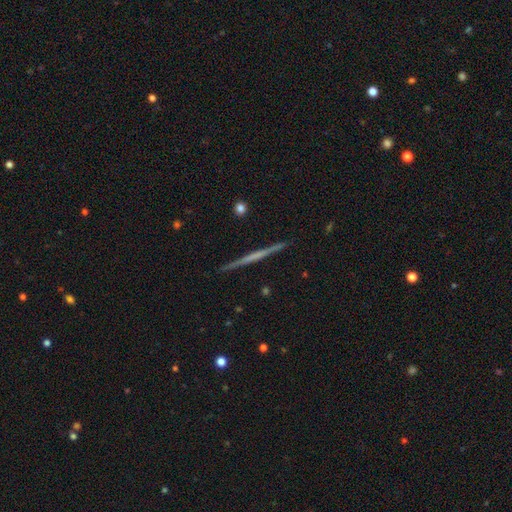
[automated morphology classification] Smooth or featured? featured or disk (66%)
Edge-on disk? yes (98%)
Edge-on bulge? none (81%)
Merging? none (93%)